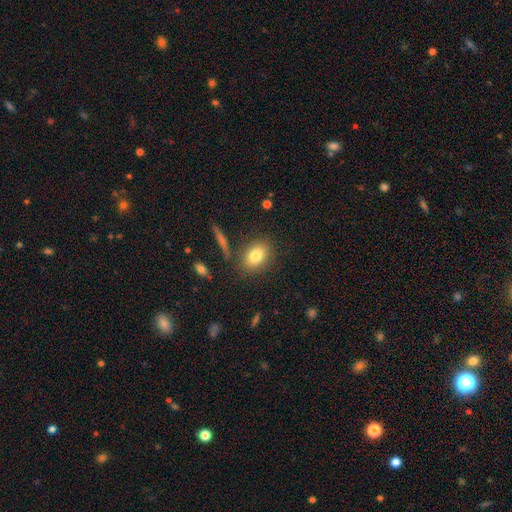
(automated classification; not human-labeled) smooth_or_featured: smooth (p=0.80) [alt: featured or disk p=0.10]
how_rounded: in between (p=0.70) [alt: round p=0.27]
merging: none (p=0.81) [alt: minor disturbance p=0.10]